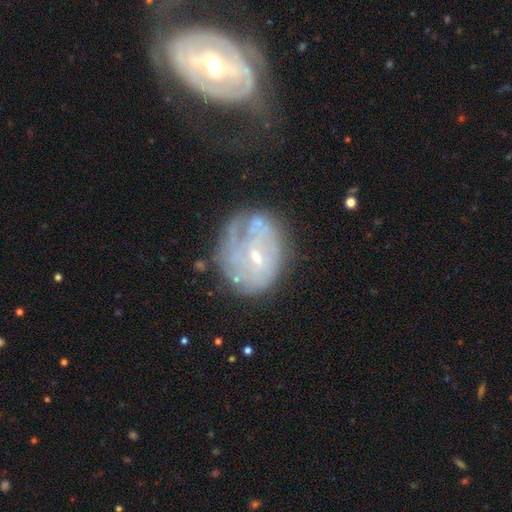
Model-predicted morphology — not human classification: Smooth or featured? Predicted: featured or disk (p=0.65). Edge-on disk? Predicted: no (p=0.97). Bar? Predicted: no (p=0.53). Spiral arms? Predicted: yes (p=0.54). Bulge size? Predicted: small (p=0.66). Merging? Predicted: none (p=0.49).